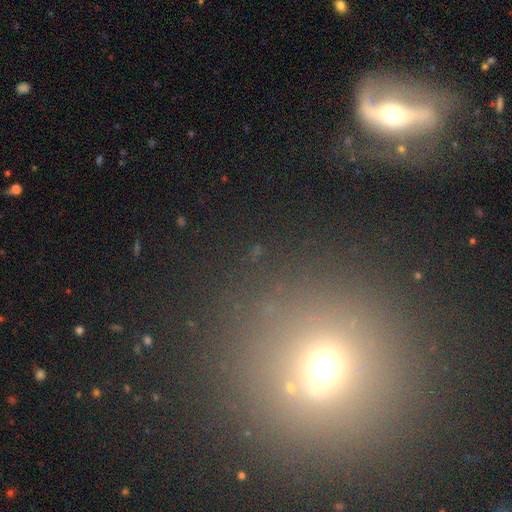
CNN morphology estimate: This is possibly a star or artifact rather than a galaxy (54%).